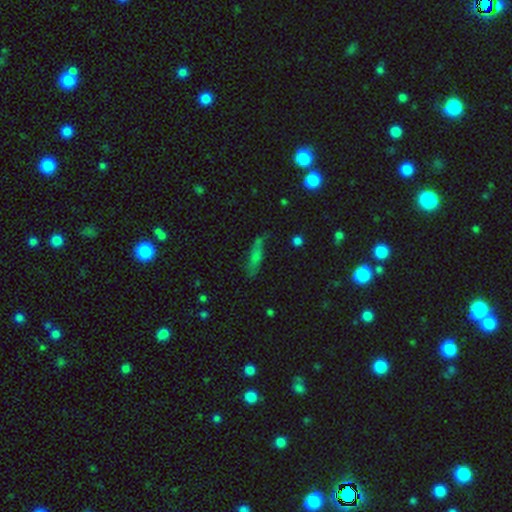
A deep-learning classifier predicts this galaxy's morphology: A smooth galaxy with no disk features (63%) that is cigar-shaped (64%). Merging: none (63%).